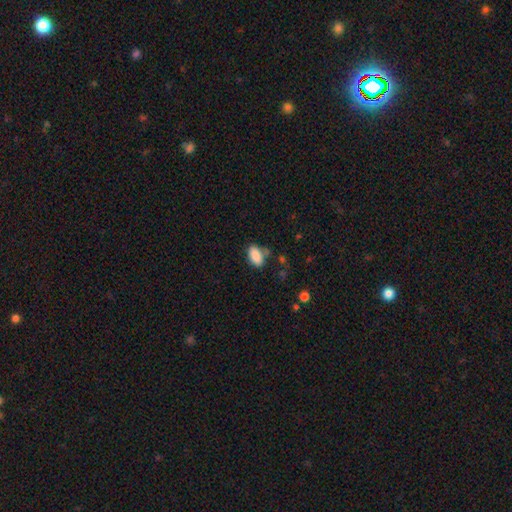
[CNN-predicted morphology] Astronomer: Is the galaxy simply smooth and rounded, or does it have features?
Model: smooth — 88%.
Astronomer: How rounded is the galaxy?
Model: in between — 93%.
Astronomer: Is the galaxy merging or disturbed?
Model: none — 72%.